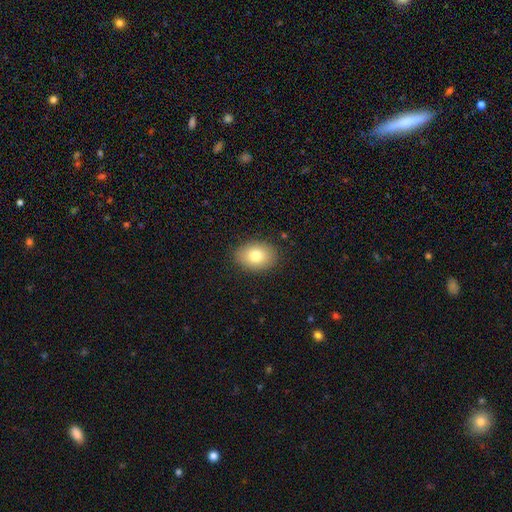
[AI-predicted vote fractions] smooth_or_featured: smooth (p=0.79) [alt: featured or disk p=0.12]
how_rounded: in between (p=0.76) [alt: round p=0.23]
merging: none (p=0.87) [alt: minor disturbance p=0.09]